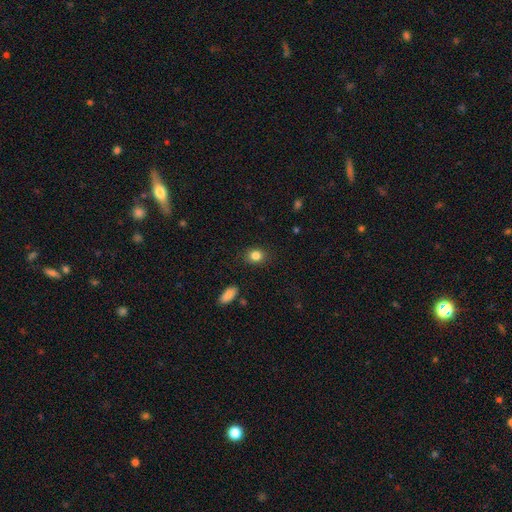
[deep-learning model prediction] Smooth or featured: smooth — 84% (star or artifact — 10%)
How rounded: round — 53% (in between — 46%)
Merging: none — 86% (minor disturbance — 10%)